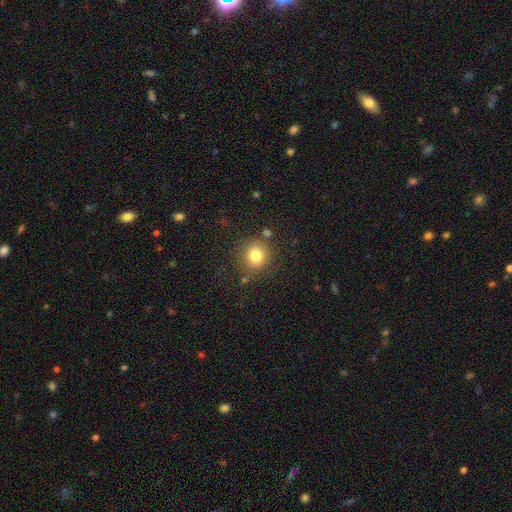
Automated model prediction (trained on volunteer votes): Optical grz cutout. It shows a smooth galaxy with no disk features (81%) that is round (83%). Merging: none (81%).